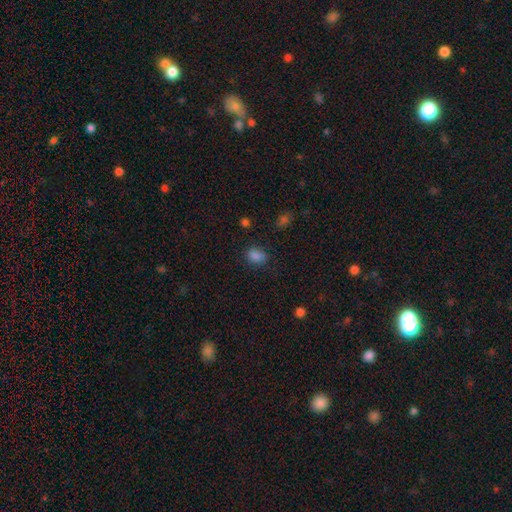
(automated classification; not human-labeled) Smooth or featured: smooth — 82% (star or artifact — 14%)
How rounded: in between — 70% (round — 28%)
Merging: none — 72% (minor disturbance — 19%)